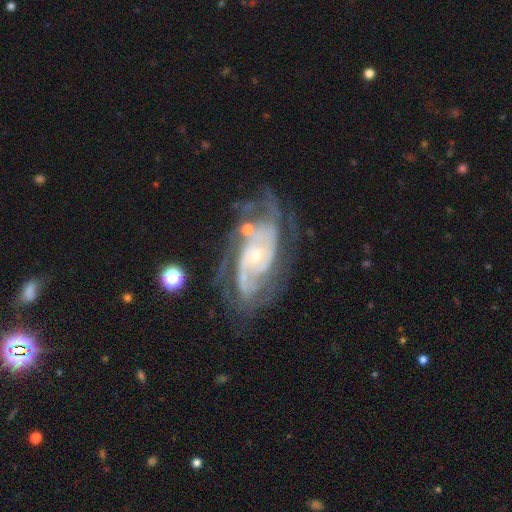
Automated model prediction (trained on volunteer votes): Smooth or featured? Predicted: featured or disk (p=0.89). Edge-on disk? Predicted: no (p=0.96). Bar? Predicted: no (p=0.68). Spiral arms? Predicted: yes (p=0.97). Spiral winding? Predicted: tight (p=0.60). Spiral arm count? Predicted: 2 (p=0.32). Bulge size? Predicted: small (p=0.72). Merging? Predicted: none (p=0.60).